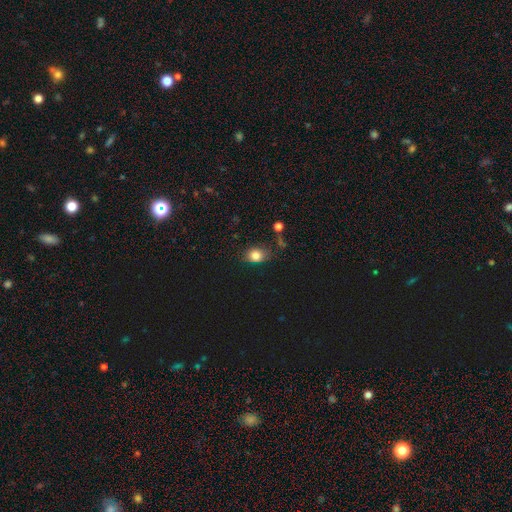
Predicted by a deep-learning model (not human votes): Smooth or featured: smooth — 81% (star or artifact — 12%)
How rounded: in between — 61% (round — 37%)
Merging: none — 67% (minor disturbance — 22%)